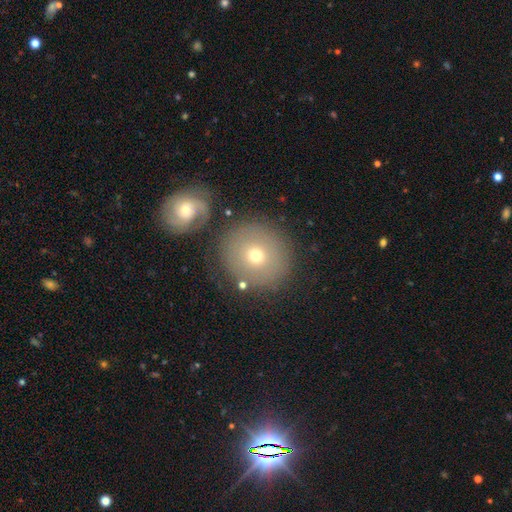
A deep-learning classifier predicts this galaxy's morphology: A smooth galaxy with no disk features (66%) that is round (92%).

Vote fractions:
- Smooth or featured? smooth: 66% / featured or disk: 23% / star or artifact: 11%
- How rounded? round: 92% / in between: 7% / cigar-shaped: 1%
- Merging? none: 79% / minor disturbance: 9% / merger: 8% / major disturbance: 4%